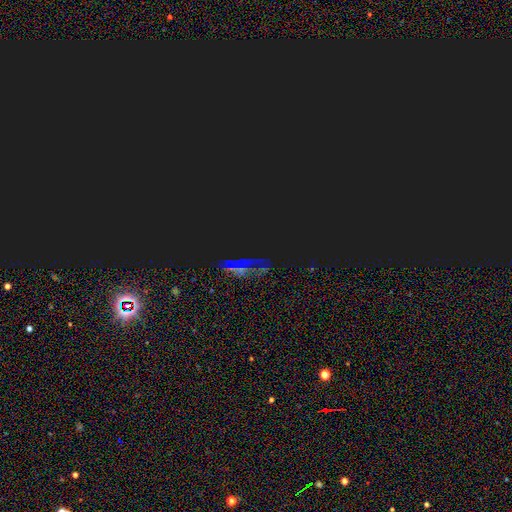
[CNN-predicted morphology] star or artifact 70%, featured or disk 15%, smooth 15%.